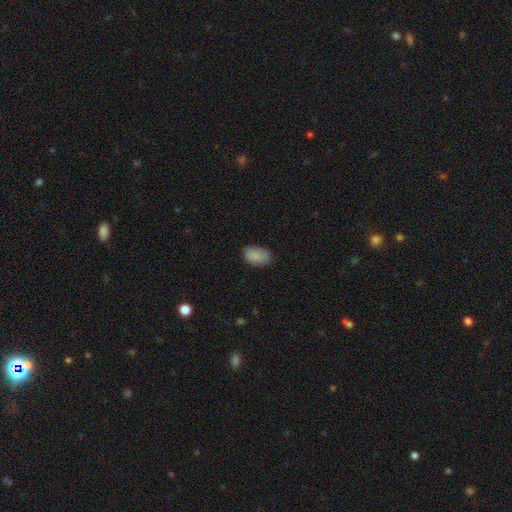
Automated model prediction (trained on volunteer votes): The model was most divided on "merging": none: 74%, minor disturbance: 21%, major disturbance: 4%, merger: 1%. More confident: how rounded — in between (89%); smooth or featured — smooth (87%).